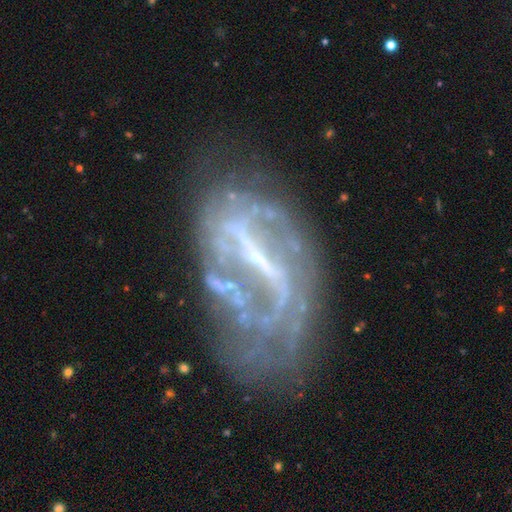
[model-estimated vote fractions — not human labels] This appears to be a featured or disk galaxy (82%) with a strong bar (59%), medium (36%) spiral arms (65%) and no central bulge (41%). Merging: none (45%).